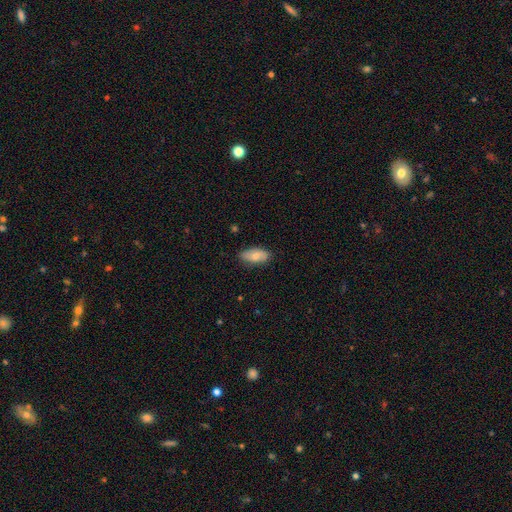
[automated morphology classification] smooth 71%, featured or disk 23%, star or artifact 6%. Down the decision tree: how rounded — in between (89%); merging — none (81%).